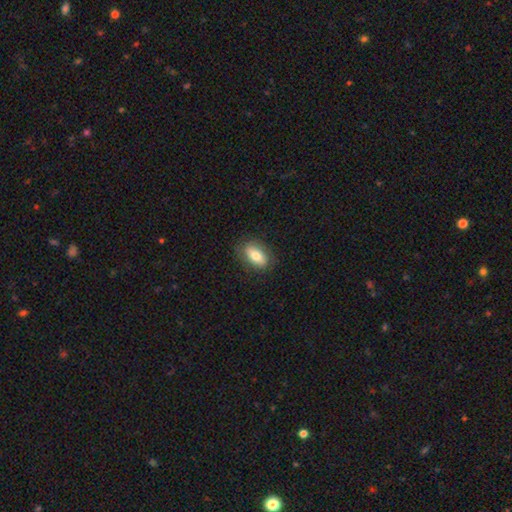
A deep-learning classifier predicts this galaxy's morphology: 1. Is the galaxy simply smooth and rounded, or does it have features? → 73% smooth, 20% featured or disk, 7% star or artifact.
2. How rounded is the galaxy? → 87% in between, 7% cigar-shaped, 6% round.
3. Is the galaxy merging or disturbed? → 83% none, 13% minor disturbance, 4% major disturbance, 1% merger.